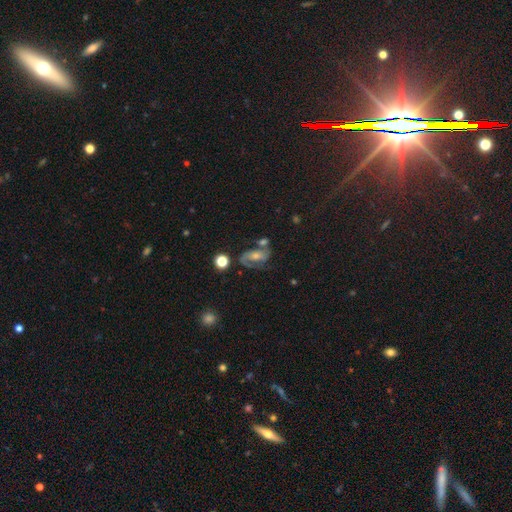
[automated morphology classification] A featured or disk galaxy (71%) with no bar (43%), 2 (83%) medium (50%) spiral arms (90%) and a moderate central bulge (57%).

Vote fractions:
- Smooth or featured? featured or disk: 71% / smooth: 16% / star or artifact: 13%
- Edge-on disk? no: 95% / yes: 5%
- Bar? no: 43% / weak: 38% / strong: 18%
- Spiral arms? yes: 90% / no: 10%
- Spiral winding? medium: 50% / tight: 28% / loose: 22%
- Spiral arm count? 2: 83% / 1: 7% / can't tell: 6% / 3: 2% / 4: 1% / more than 4: 1%
- Bulge size? moderate: 57% / small: 33% / large: 5% / none: 3% / dominant: 2%
- Merging? none: 58% / minor disturbance: 18% / merger: 14% / major disturbance: 10%